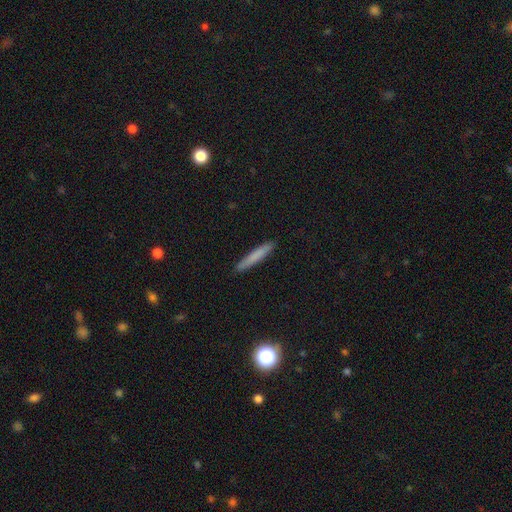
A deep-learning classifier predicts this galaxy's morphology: Smooth or featured?
  - smooth: 76% *
  - featured or disk: 17%
  - star or artifact: 7%
How rounded?
  - cigar-shaped: 95% *
  - in between: 4%
  - round: 1%
Merging?
  - none: 91% *
  - minor disturbance: 6%
  - major disturbance: 1%
  - merger: 1%